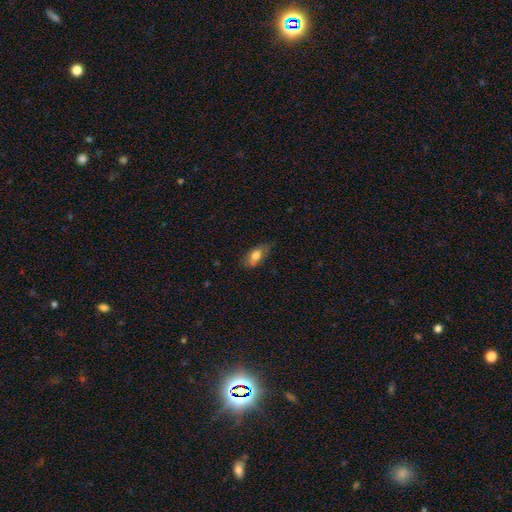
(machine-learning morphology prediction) Q: Smooth or featured?
A: smooth (75%); runner-up: featured or disk (18%)
Q: How rounded?
A: in between (85%); runner-up: cigar-shaped (11%)
Q: Merging?
A: none (68%); runner-up: minor disturbance (25%)